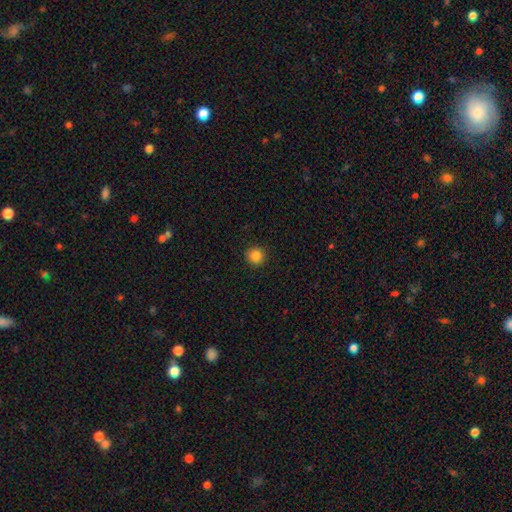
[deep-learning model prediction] This appears to be a smooth galaxy with no disk features (86%) that is round (95%). Merging: none (92%).